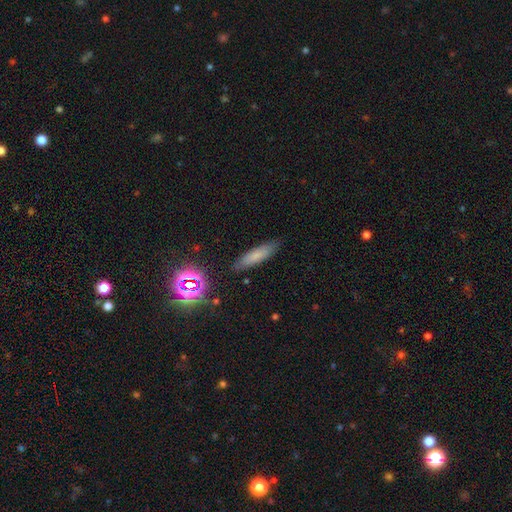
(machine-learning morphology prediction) This appears to be a smooth galaxy with no disk features (70%) that is cigar-shaped (73%). Merging: none (86%).